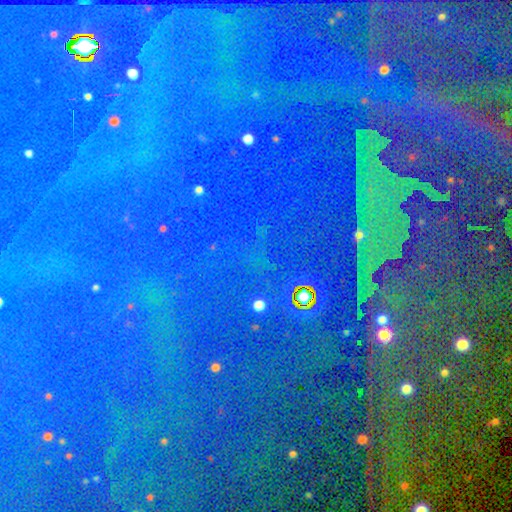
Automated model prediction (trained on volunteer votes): Smooth or featured: star or artifact — 83% (smooth — 9%)